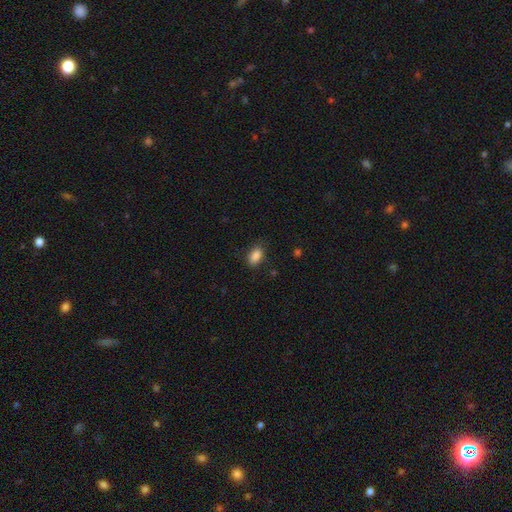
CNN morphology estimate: Smooth or featured: smooth — 87% (star or artifact — 9%)
How rounded: in between — 89% (round — 8%)
Merging: none — 80% (minor disturbance — 15%)